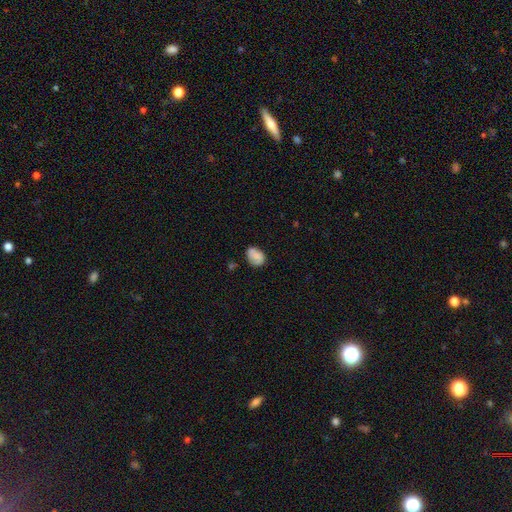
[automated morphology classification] Smooth or featured?
  - smooth: 76% *
  - featured or disk: 16%
  - star or artifact: 9%
How rounded?
  - in between: 62% *
  - round: 37%
  - cigar-shaped: 1%
Merging?
  - none: 65% *
  - minor disturbance: 25%
  - major disturbance: 6%
  - merger: 5%